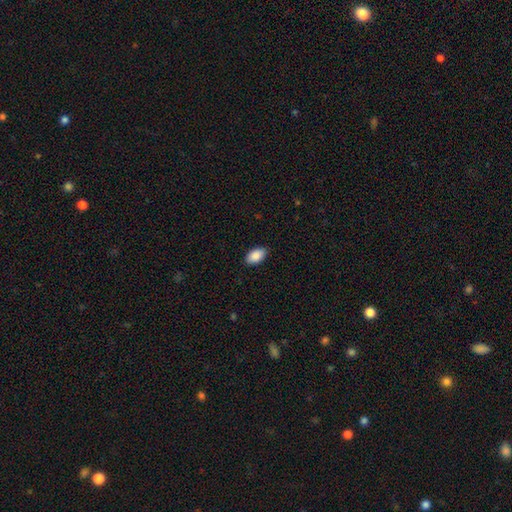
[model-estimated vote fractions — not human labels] A smooth galaxy with no disk features (89%) that is in between round and cigar-shaped (94%). Merging: none (88%).